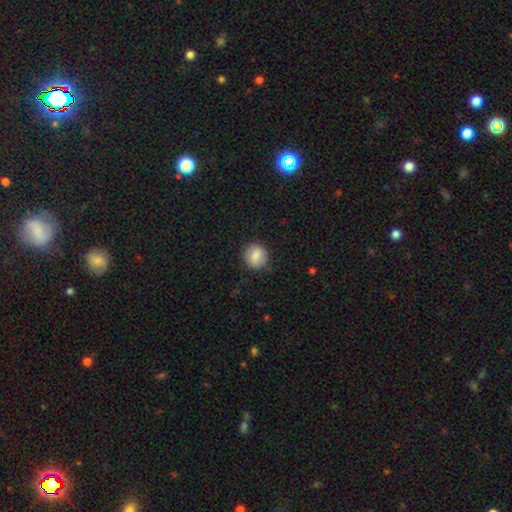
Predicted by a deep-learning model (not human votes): Morphology: type=smooth (84%); roundness=round (80%); merging=none (83%).